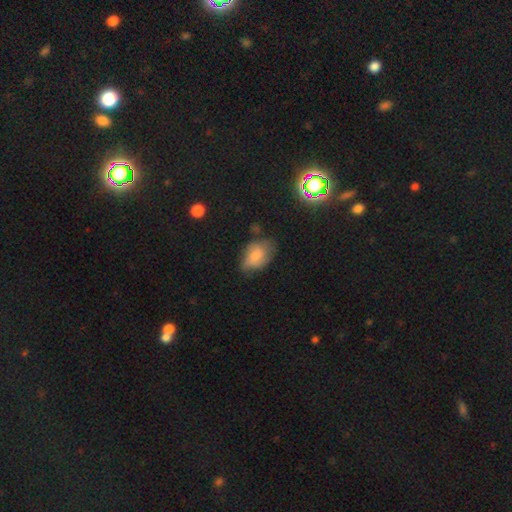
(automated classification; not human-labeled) Smooth or featured? Predicted: smooth (p=0.63). How rounded? Predicted: in between (p=0.82). Merging? Predicted: none (p=0.47).